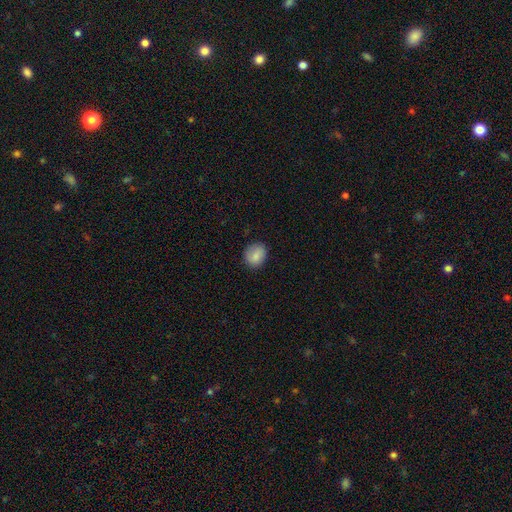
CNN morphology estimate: Smooth or featured: smooth — 83% (featured or disk — 9%)
How rounded: round — 69% (in between — 29%)
Merging: none — 82% (minor disturbance — 13%)